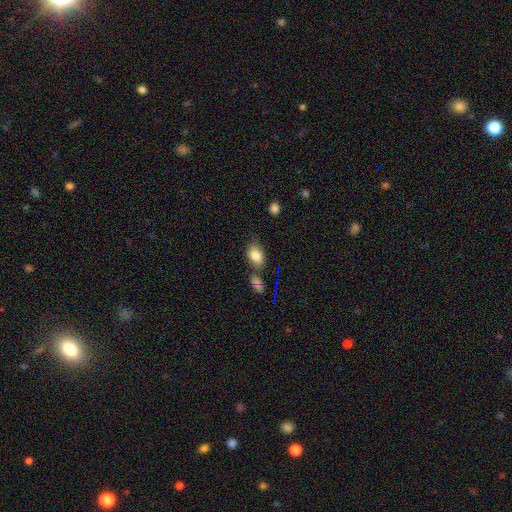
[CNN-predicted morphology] Smooth or featured? Predicted: smooth (p=0.84). How rounded? Predicted: in between (p=0.85). Merging? Predicted: none (p=0.62).